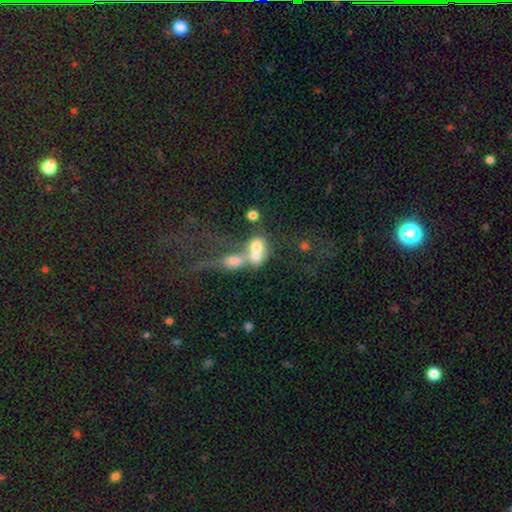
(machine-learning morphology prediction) Smooth or featured?
  - smooth: 55% *
  - featured or disk: 30%
  - star or artifact: 15%
How rounded?
  - in between: 57% *
  - round: 38%
  - cigar-shaped: 4%
Merging?
  - merger: 71% *
  - none: 13%
  - major disturbance: 11%
  - minor disturbance: 5%